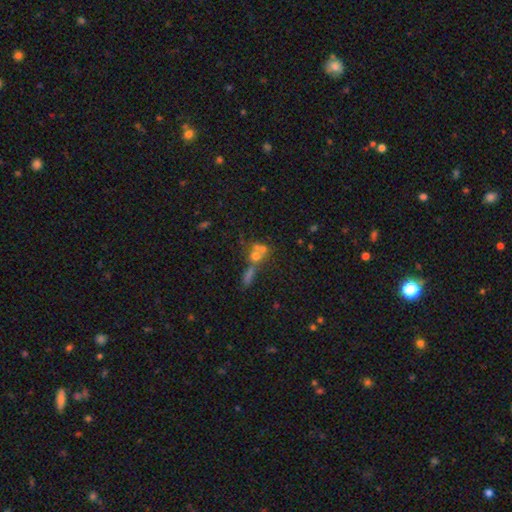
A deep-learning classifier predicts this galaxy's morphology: Smooth or featured?
  - smooth: 49% *
  - featured or disk: 30%
  - star or artifact: 22%
Merging?
  - merger: 55% *
  - none: 30%
  - major disturbance: 8%
  - minor disturbance: 8%